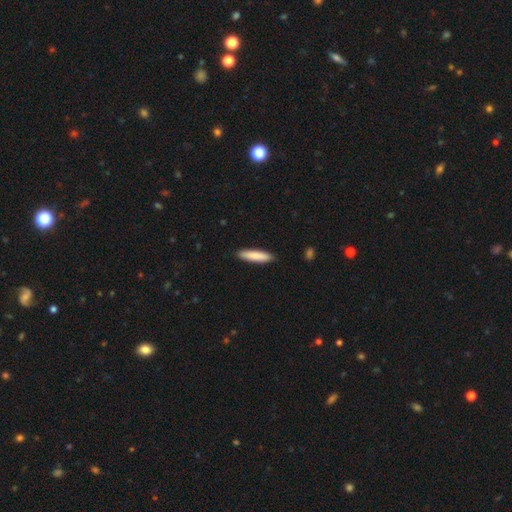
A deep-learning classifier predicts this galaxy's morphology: Smooth or featured?
  - smooth: 84% *
  - featured or disk: 10%
  - star or artifact: 5%
How rounded?
  - cigar-shaped: 81% *
  - in between: 17%
  - round: 1%
Merging?
  - none: 90% *
  - minor disturbance: 7%
  - major disturbance: 1%
  - merger: 1%